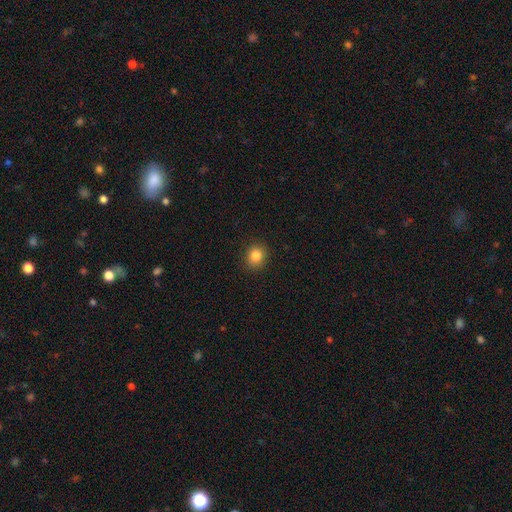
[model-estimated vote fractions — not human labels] Q: Smooth or featured?
A: smooth (84%); runner-up: star or artifact (11%)
Q: How rounded?
A: round (75%); runner-up: in between (24%)
Q: Merging?
A: none (90%); runner-up: minor disturbance (7%)